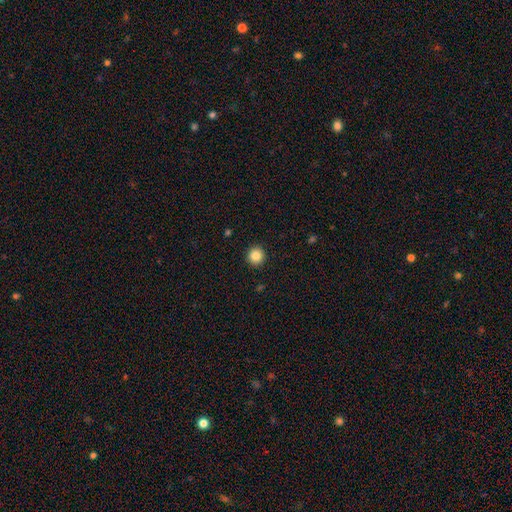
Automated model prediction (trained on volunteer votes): smooth_or_featured: smooth (p=0.85) [alt: star or artifact p=0.10]
how_rounded: round (p=0.95) [alt: in between p=0.04]
merging: none (p=0.93) [alt: minor disturbance p=0.04]